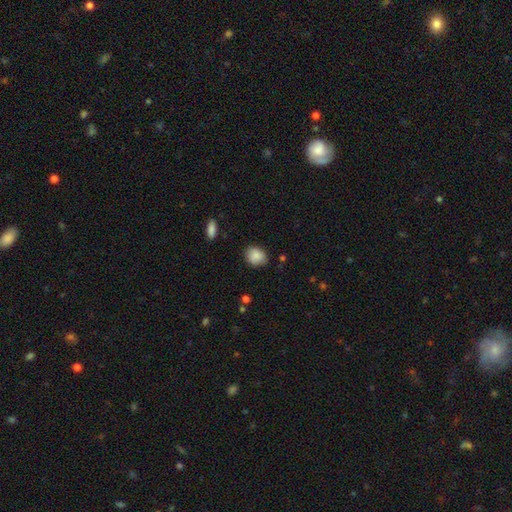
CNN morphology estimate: Overall: smooth (87%). How rounded: round (59%; in between 40%). Merging: none (79%).